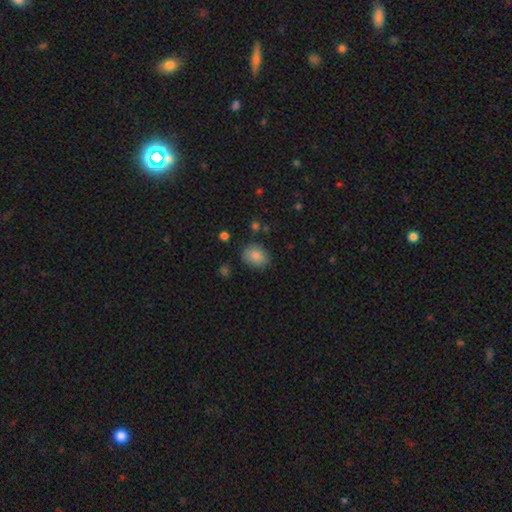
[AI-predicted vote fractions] Smooth or featured?
  - smooth: 85% *
  - star or artifact: 8%
  - featured or disk: 7%
How rounded?
  - in between: 56% *
  - round: 43%
  - cigar-shaped: 1%
Merging?
  - none: 79% *
  - minor disturbance: 15%
  - major disturbance: 4%
  - merger: 2%